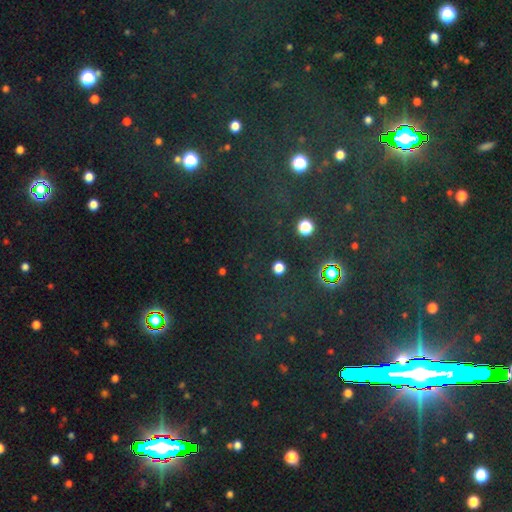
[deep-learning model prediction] Smooth or featured? star or artifact (79%)